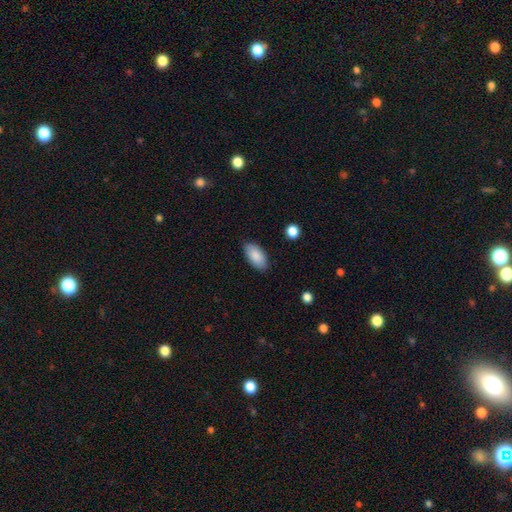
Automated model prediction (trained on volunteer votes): Smooth or featured? smooth (88%)
How rounded? in between (94%)
Merging? none (85%)